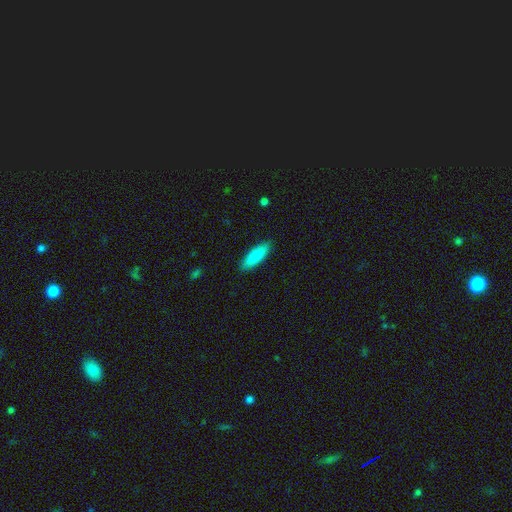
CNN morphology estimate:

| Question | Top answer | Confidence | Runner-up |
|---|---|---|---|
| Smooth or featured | smooth | 87% | featured or disk (7%) |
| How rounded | in between | 49% | tied: cigar-shaped (49%) |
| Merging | none | 89% | minor disturbance (9%) |